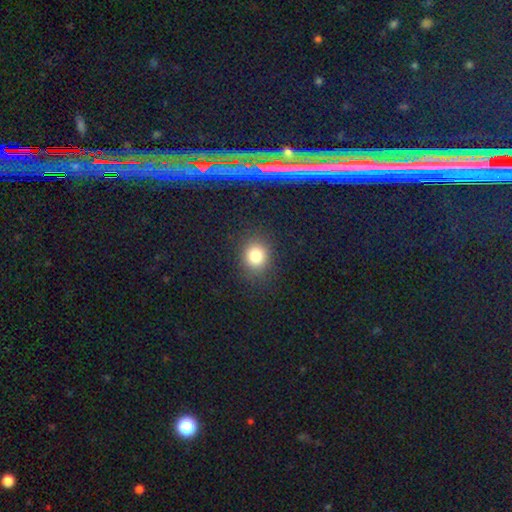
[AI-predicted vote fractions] This is likely a smooth galaxy (80%). How rounded: likely round (78%). Merging: clearly none (88%).